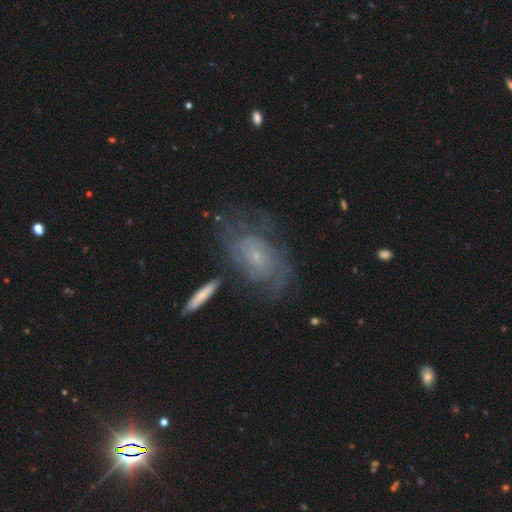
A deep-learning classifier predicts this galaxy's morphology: This is likely a featured or disk galaxy (69%). It is clearly not viewed edge-on (94%). Bar: likely no (73%). Spiral arm pattern: clearly yes (80%). Spiral arm count: possibly can't tell (53%). Spiral winding: possibly tight (51%). Central bulge: likely small (78%). Merging: possibly none (59%).